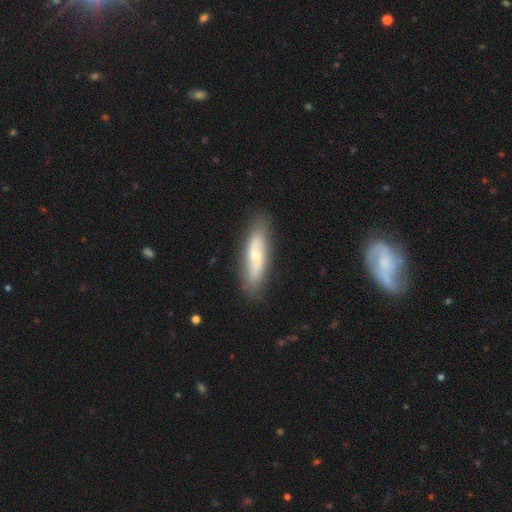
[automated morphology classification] This appears to be a featured or disk galaxy (51%). Merging: none (81%).